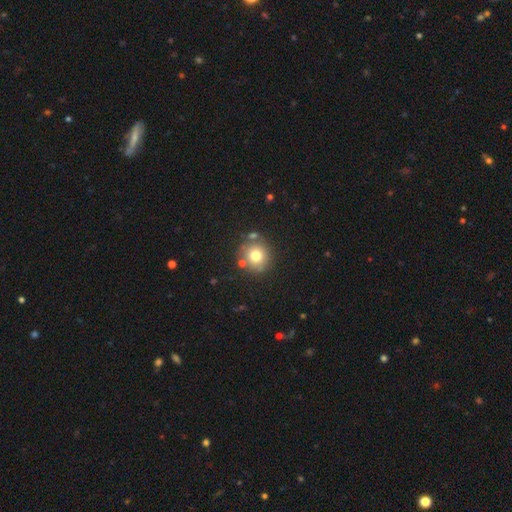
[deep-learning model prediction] A smooth galaxy with no disk features (74%) that is round (88%).

Vote fractions:
- Smooth or featured? smooth: 74% / featured or disk: 14% / star or artifact: 12%
- How rounded? round: 88% / in between: 11% / cigar-shaped: 1%
- Merging? none: 76% / minor disturbance: 11% / merger: 9% / major disturbance: 4%